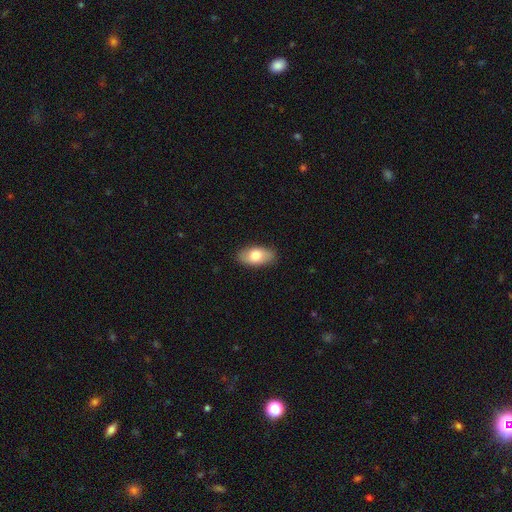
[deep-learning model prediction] The model was most divided on "smooth or featured": smooth: 75%, featured or disk: 19%, star or artifact: 6%. More confident: how rounded — in between (93%); merging — none (86%).